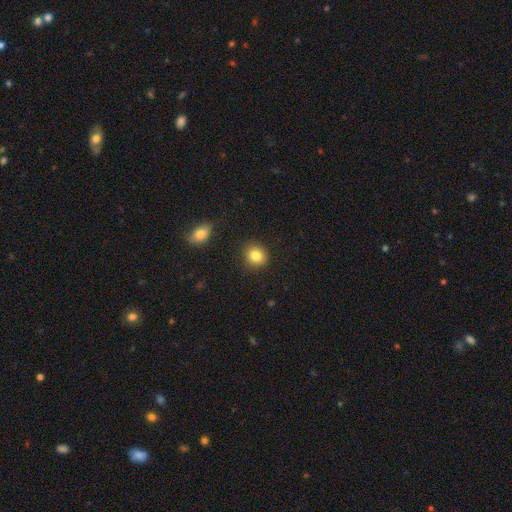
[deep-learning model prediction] smooth_or_featured: smooth (p=0.84) [alt: star or artifact p=0.10]
how_rounded: round (p=0.82) [alt: in between p=0.17]
merging: none (p=0.88) [alt: minor disturbance p=0.08]